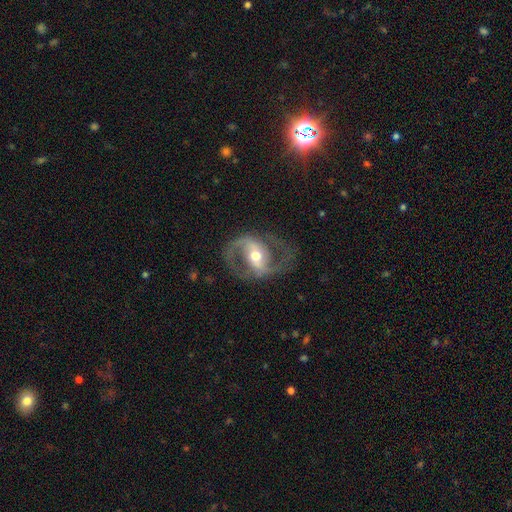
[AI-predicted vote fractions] A featured or disk galaxy (89%) with a strong bar (42%), 2 (92%) medium (57%) spiral arms (94%) and a moderate central bulge (72%).

Vote fractions:
- Smooth or featured? featured or disk: 89% / smooth: 6% / star or artifact: 5%
- Edge-on disk? no: 97% / yes: 3%
- Bar? strong: 42% / weak: 37% / no: 20%
- Spiral arms? yes: 94% / no: 6%
- Spiral winding? medium: 57% / loose: 27% / tight: 16%
- Spiral arm count? 2: 92% / can't tell: 3% / 1: 2% / 3: 1% / 4: 1% / more than 4: 1%
- Bulge size? moderate: 72% / small: 18% / large: 9% / dominant: 1% / none: 1%
- Merging? none: 76% / minor disturbance: 13% / major disturbance: 10% / merger: 1%